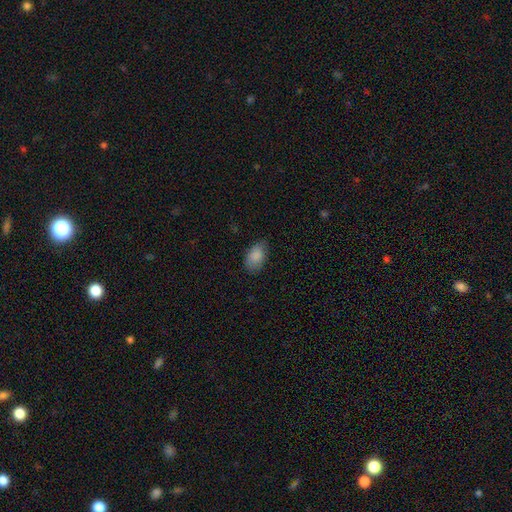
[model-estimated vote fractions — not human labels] Smooth or featured: smooth — 87% (star or artifact — 8%)
How rounded: in between — 90% (round — 9%)
Merging: none — 73% (minor disturbance — 21%)